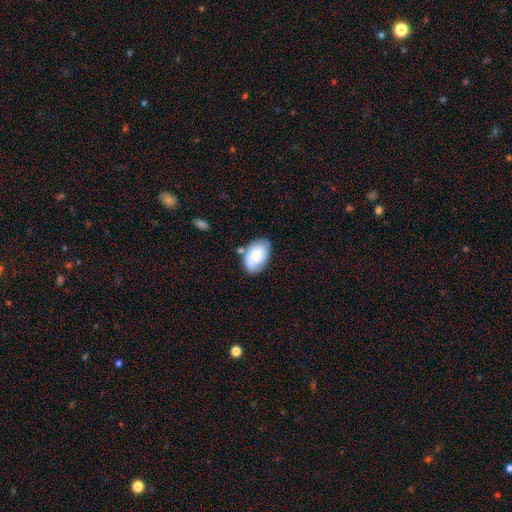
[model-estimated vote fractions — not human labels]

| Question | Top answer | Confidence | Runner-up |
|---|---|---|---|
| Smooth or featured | smooth | 54% | featured or disk (39%) |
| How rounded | in between | 88% | round (11%) |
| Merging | none | 65% | minor disturbance (23%) |